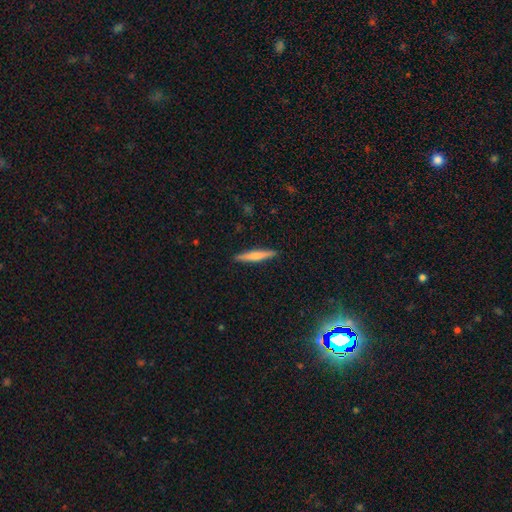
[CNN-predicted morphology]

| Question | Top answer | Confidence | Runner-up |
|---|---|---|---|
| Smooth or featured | smooth | 64% | featured or disk (31%) |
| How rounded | cigar-shaped | 93% | in between (5%) |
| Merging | none | 91% | minor disturbance (6%) |